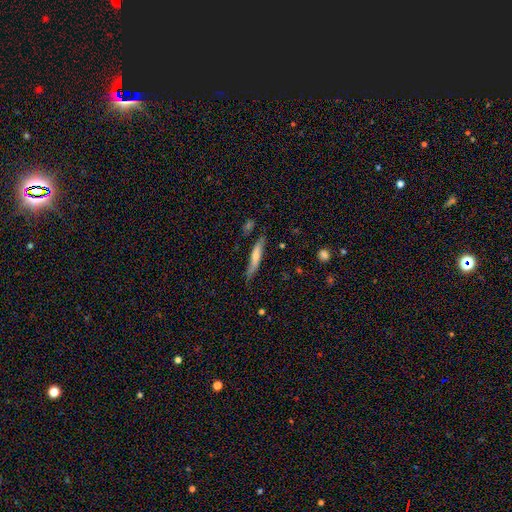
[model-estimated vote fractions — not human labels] smooth_or_featured: smooth (p=0.49) [alt: featured or disk p=0.45]
merging: none (p=0.72) [alt: minor disturbance p=0.21]